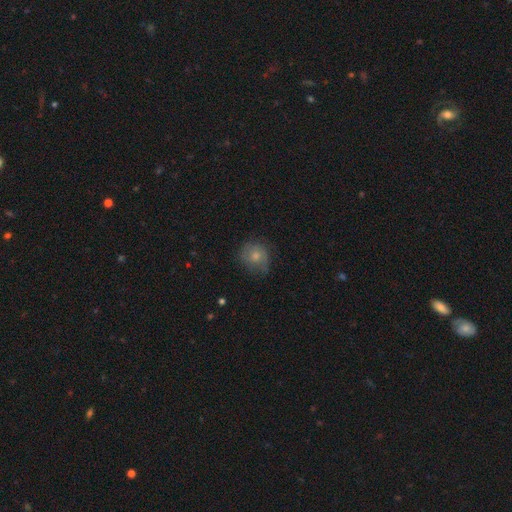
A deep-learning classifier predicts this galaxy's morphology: Smooth or featured: smooth — 69% (featured or disk — 22%)
How rounded: round — 77% (in between — 22%)
Merging: none — 60% (minor disturbance — 28%)